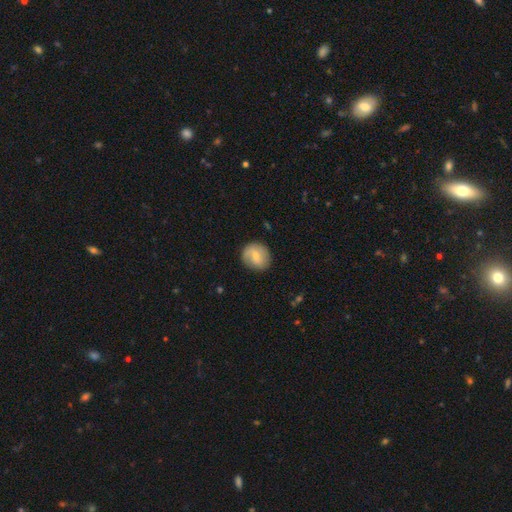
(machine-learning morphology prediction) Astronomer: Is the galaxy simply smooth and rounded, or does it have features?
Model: smooth — 57% (runner-up: featured or disk, 36%).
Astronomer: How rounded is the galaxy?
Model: round — 83%.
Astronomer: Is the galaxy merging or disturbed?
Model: none — 79%.